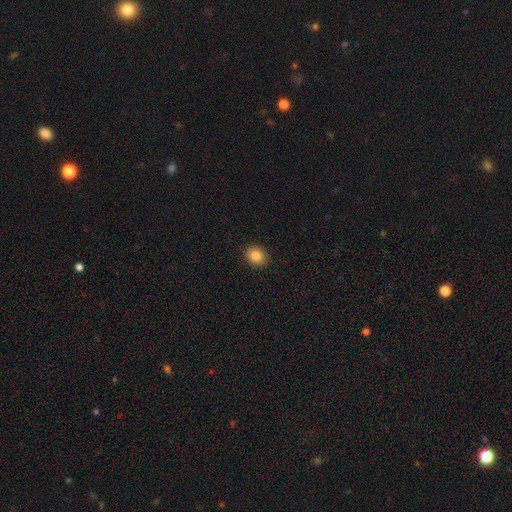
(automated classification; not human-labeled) smooth-or-featured: smooth: 84% | star or artifact: 10% | featured or disk: 6%
  how-rounded: round: 59% | in between: 40% | cigar-shaped: 1%
  merging: none: 91% | minor disturbance: 7% | major disturbance: 2% | merger: 1%